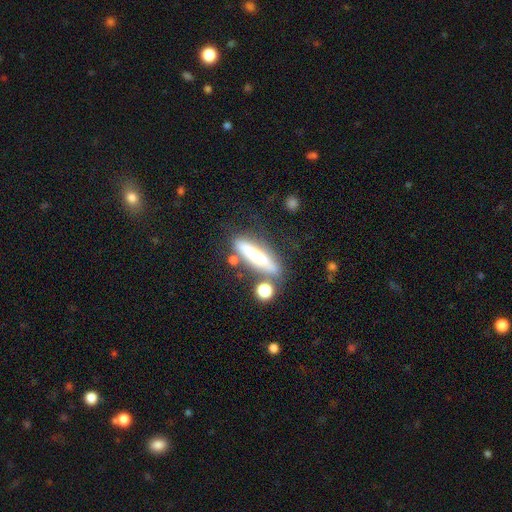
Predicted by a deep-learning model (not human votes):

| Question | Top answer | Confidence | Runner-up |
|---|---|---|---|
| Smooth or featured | smooth | 55% | featured or disk (37%) |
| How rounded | cigar-shaped | 78% | in between (19%) |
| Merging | none | 68% | minor disturbance (16%) |